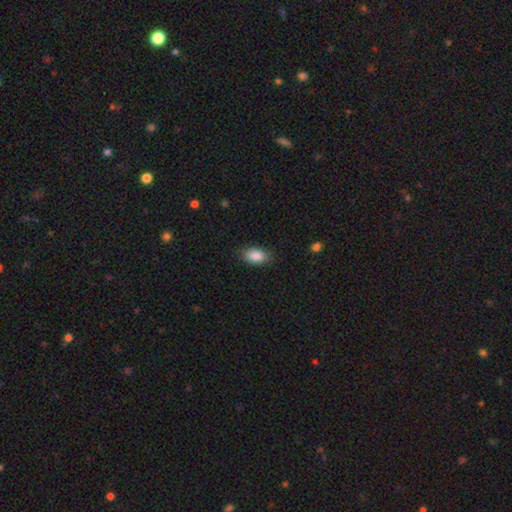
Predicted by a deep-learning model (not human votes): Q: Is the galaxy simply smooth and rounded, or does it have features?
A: smooth — 88%.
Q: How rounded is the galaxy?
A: in between — 92%.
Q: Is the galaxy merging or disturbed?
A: none — 85%.